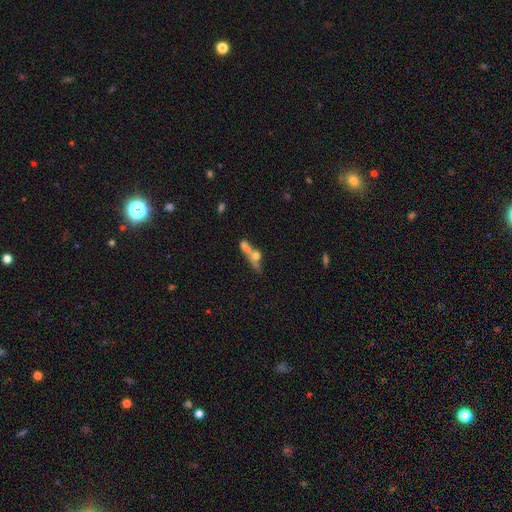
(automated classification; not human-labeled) Smooth or featured? Predicted: smooth (p=0.47). Merging? Predicted: merger (p=0.50).